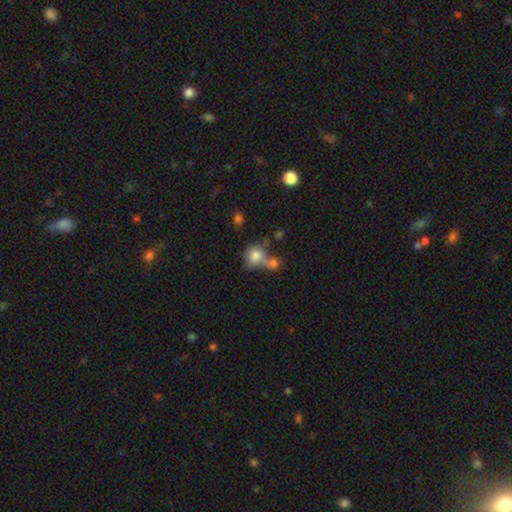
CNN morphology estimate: This is likely a smooth galaxy (78%). How rounded: likely round (75%). Merging: possibly merger (48%).